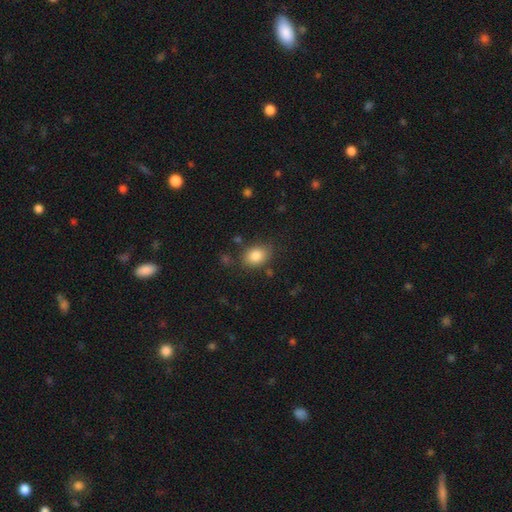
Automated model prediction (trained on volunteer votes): This is clearly a smooth galaxy (85%). How rounded: likely in between (70%). Merging: likely none (77%).